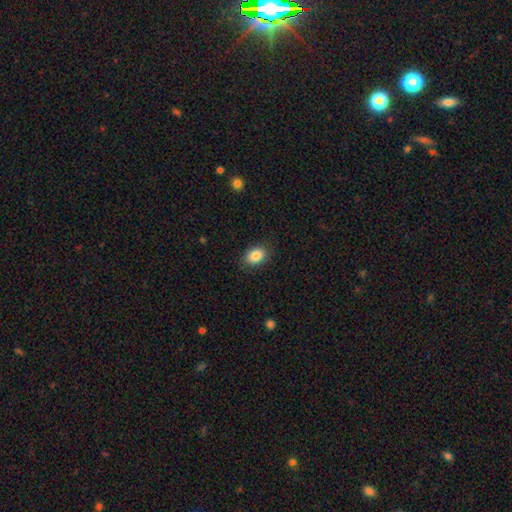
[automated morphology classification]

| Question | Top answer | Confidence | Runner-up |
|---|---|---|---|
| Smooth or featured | smooth | 86% | star or artifact (8%) |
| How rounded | in between | 78% | round (21%) |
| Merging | none | 86% | minor disturbance (10%) |